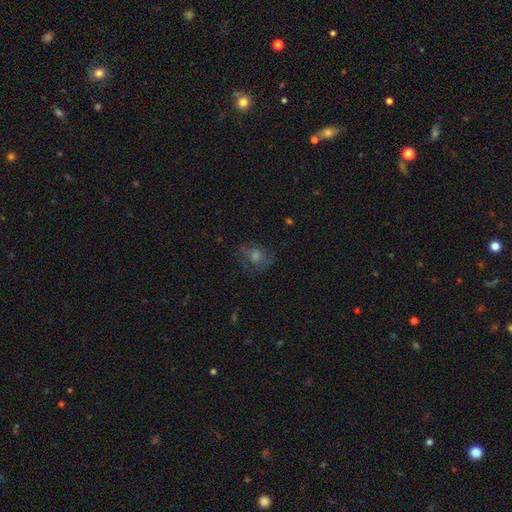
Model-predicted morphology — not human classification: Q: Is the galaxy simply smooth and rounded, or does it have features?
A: featured or disk — 39%.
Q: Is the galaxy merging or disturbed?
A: none — 67%.